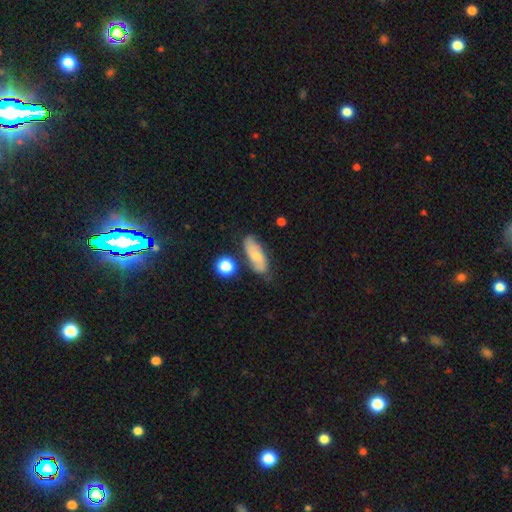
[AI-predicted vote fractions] Overall: featured or disk (46%, tied with smooth). Merging: none (68%).